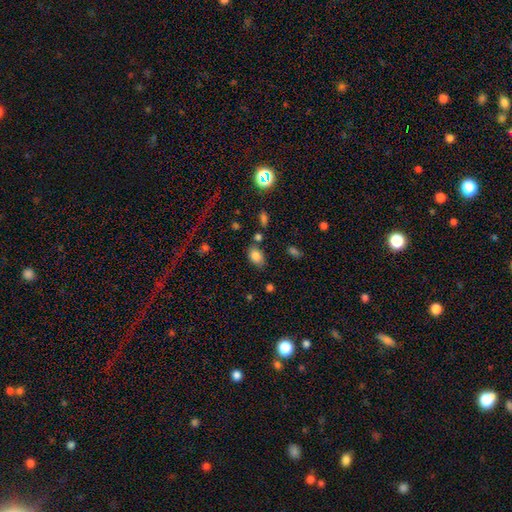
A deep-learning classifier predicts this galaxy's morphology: Smooth or featured?
  - smooth: 83% *
  - star or artifact: 10%
  - featured or disk: 7%
How rounded?
  - in between: 82% *
  - round: 16%
  - cigar-shaped: 1%
Merging?
  - none: 70% *
  - minor disturbance: 17%
  - merger: 8%
  - major disturbance: 4%